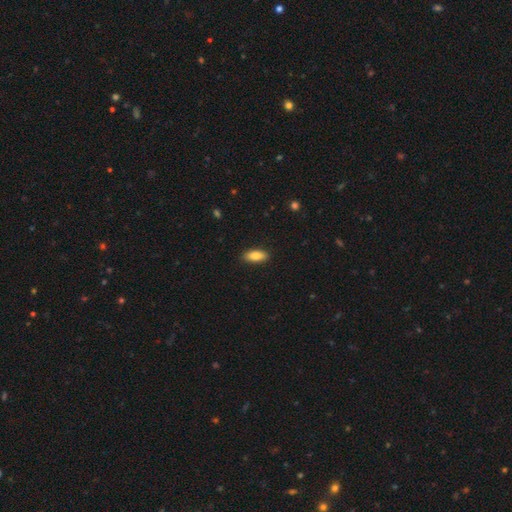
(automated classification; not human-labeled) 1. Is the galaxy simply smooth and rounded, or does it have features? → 85% smooth, 8% featured or disk, 7% star or artifact.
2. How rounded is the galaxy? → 82% in between, 16% cigar-shaped, 2% round.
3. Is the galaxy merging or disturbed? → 88% none, 9% minor disturbance, 2% major disturbance, 1% merger.